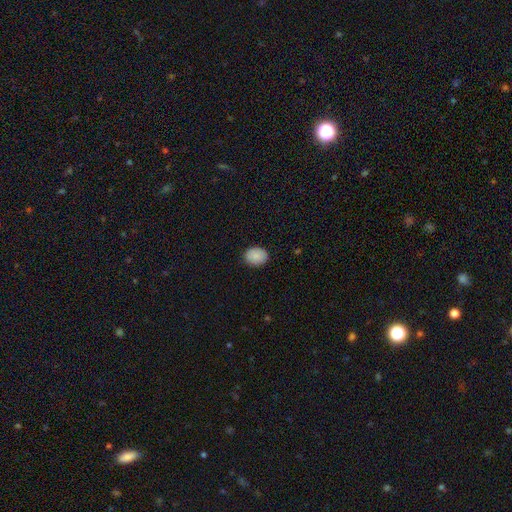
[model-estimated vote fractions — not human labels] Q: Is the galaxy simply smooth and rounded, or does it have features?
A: smooth — 88%.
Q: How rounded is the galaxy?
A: in between — 60%.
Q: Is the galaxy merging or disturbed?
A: none — 88%.